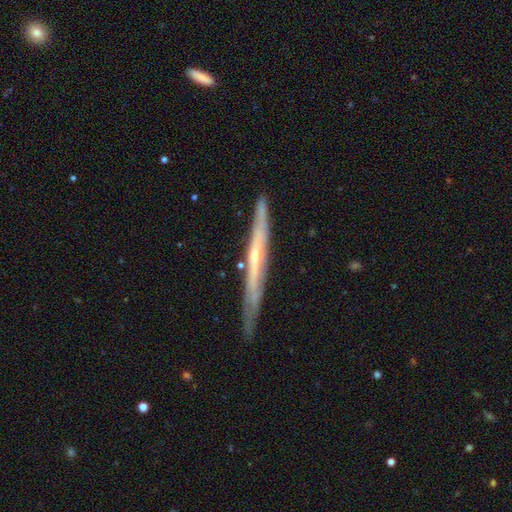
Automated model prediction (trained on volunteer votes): Smooth or featured? Predicted: featured or disk (p=0.70). Edge-on disk? Predicted: yes (p=0.93). Edge-on bulge? Predicted: none (p=0.66). Merging? Predicted: none (p=0.80).